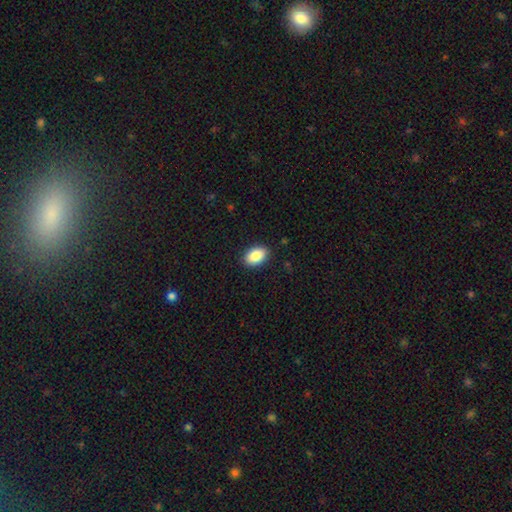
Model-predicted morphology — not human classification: The model was most divided on "smooth or featured": smooth: 87%, star or artifact: 7%, featured or disk: 6%. More confident: merging — none (89%); how rounded — in between (89%).